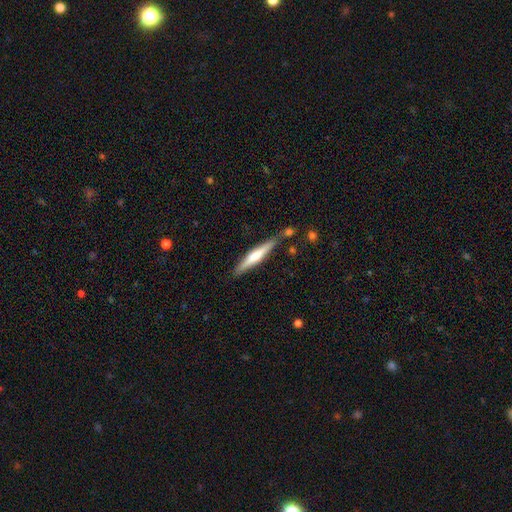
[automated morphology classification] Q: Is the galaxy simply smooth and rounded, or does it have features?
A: featured or disk — 52%.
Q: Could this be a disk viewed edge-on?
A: yes — 96%.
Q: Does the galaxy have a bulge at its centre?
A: rounded — 69%.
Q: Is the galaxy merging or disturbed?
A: none — 79%.